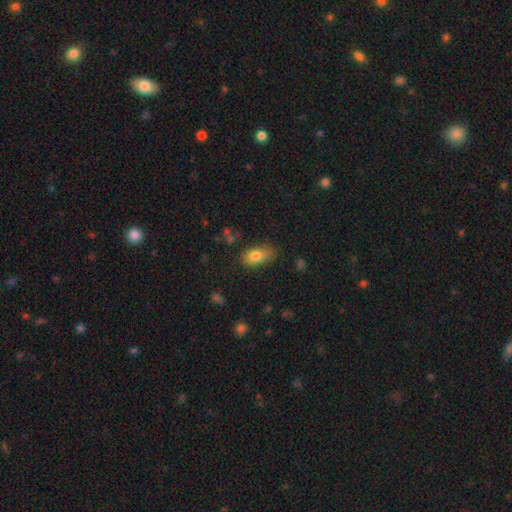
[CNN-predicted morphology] A smooth galaxy with no disk features (80%) that is in between round and cigar-shaped (87%).

Vote fractions:
- Smooth or featured? smooth: 80% / featured or disk: 12% / star or artifact: 8%
- How rounded? in between: 87% / cigar-shaped: 7% / round: 6%
- Merging? none: 75% / minor disturbance: 19% / major disturbance: 4% / merger: 2%